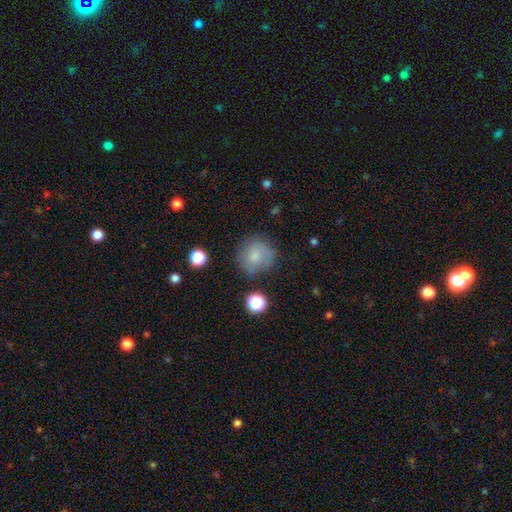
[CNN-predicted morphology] Smooth or featured? Predicted: smooth (p=0.76). How rounded? Predicted: round (p=0.89). Merging? Predicted: none (p=0.67).